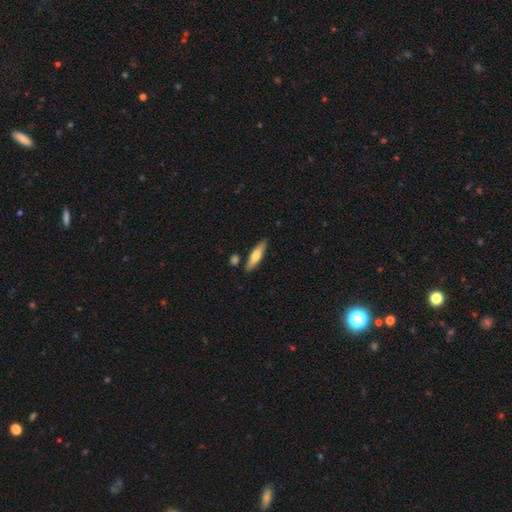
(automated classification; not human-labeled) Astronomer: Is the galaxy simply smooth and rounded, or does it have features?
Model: smooth — 64%.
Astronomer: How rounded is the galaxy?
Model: cigar-shaped — 69%.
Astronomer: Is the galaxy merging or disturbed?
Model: none — 82%.